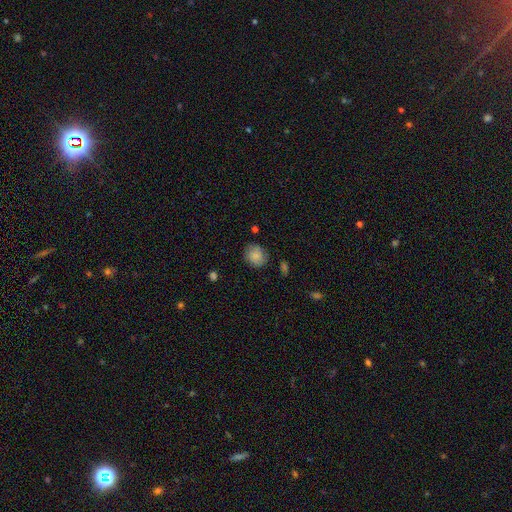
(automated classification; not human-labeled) Morphology: type=smooth (85%); roundness=round (74%); merging=none (80%).